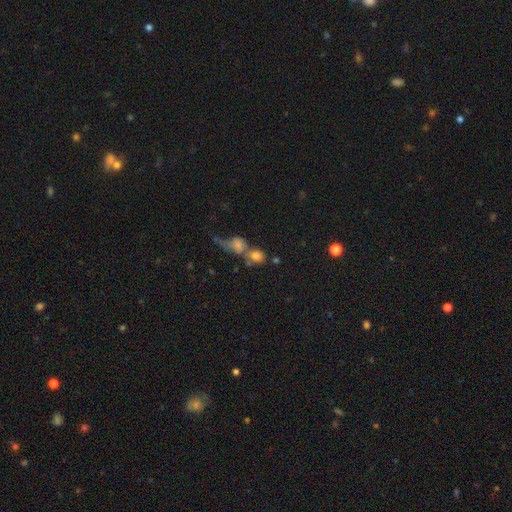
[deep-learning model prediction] Overall: smooth (72%). How rounded: round (65%; in between 32%). Merging: merger (59%; none 25%).